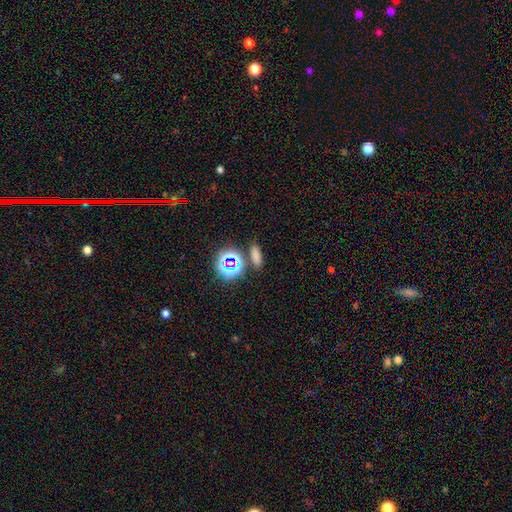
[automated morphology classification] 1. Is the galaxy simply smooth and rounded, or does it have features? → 67% smooth, 26% star or artifact, 8% featured or disk.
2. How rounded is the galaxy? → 53% in between, 35% cigar-shaped, 12% round.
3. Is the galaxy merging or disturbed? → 80% none, 9% minor disturbance, 8% merger, 3% major disturbance.